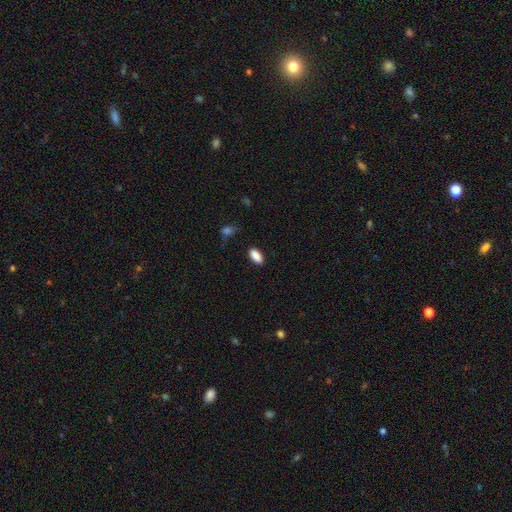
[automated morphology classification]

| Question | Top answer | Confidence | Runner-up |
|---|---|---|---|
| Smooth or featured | smooth | 89% | star or artifact (7%) |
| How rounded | in between | 90% | cigar-shaped (7%) |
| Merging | none | 85% | minor disturbance (11%) |